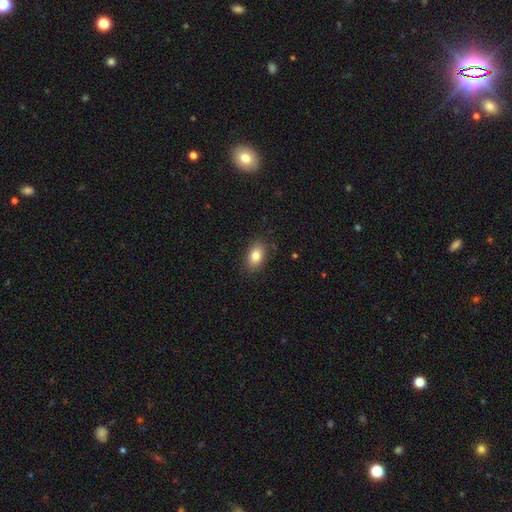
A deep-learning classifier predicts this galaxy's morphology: smooth-or-featured: smooth: 82% | featured or disk: 9% | star or artifact: 9%
  how-rounded: in between: 86% | round: 12% | cigar-shaped: 2%
  merging: none: 85% | minor disturbance: 11% | major disturbance: 3% | merger: 1%